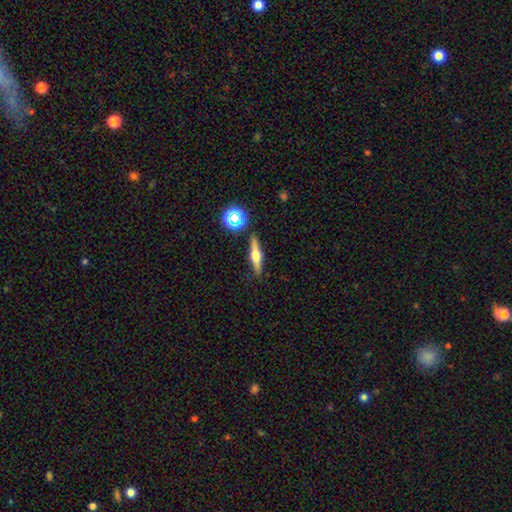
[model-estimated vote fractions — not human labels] Morphology: type=featured or disk (64%); edge-on=yes (96%); edge-on bulge=rounded (95%); merging=none (88%).